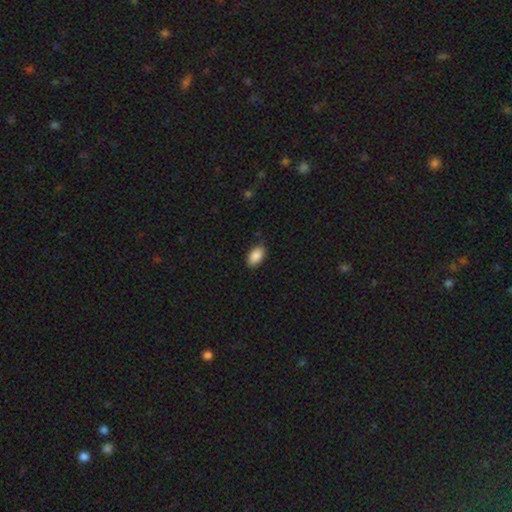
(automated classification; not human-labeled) Smooth or featured: smooth — 88% (star or artifact — 7%)
How rounded: in between — 94% (round — 5%)
Merging: none — 84% (minor disturbance — 13%)